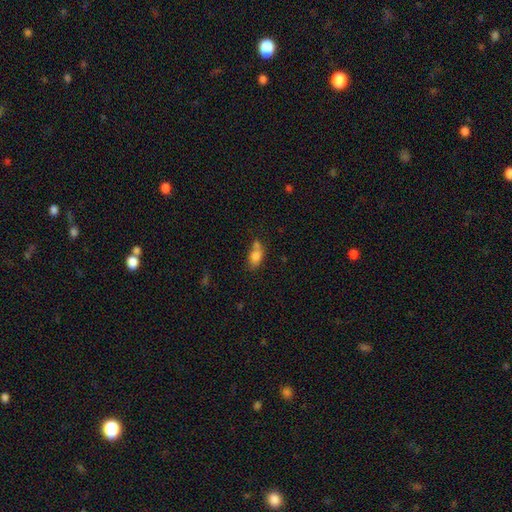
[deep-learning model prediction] smooth_or_featured: smooth (p=0.79) [alt: featured or disk p=0.11]
how_rounded: in between (p=0.83) [alt: round p=0.11]
merging: none (p=0.40) [alt: merger p=0.34]